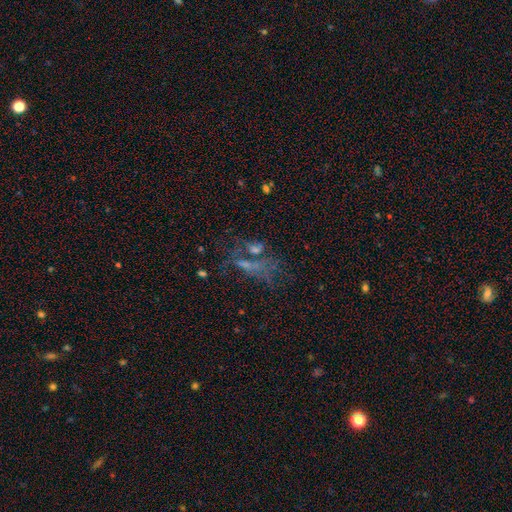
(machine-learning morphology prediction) Smooth or featured? star or artifact (40%)